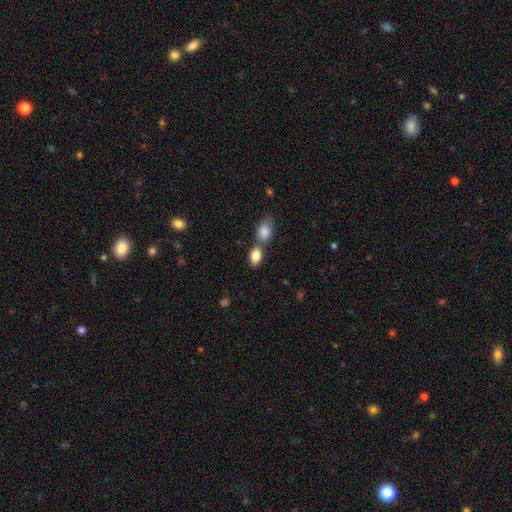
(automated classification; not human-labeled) Smooth or featured? Predicted: smooth (p=0.85). How rounded? Predicted: in between (p=0.87). Merging? Predicted: none (p=0.45).